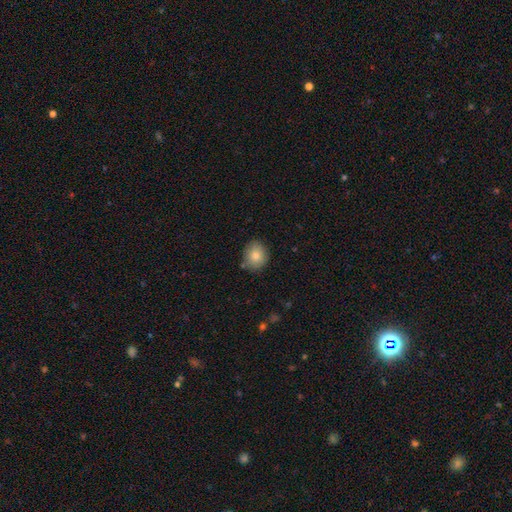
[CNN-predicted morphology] type=smooth (84%); roundness=round (68%); merging=none (82%).